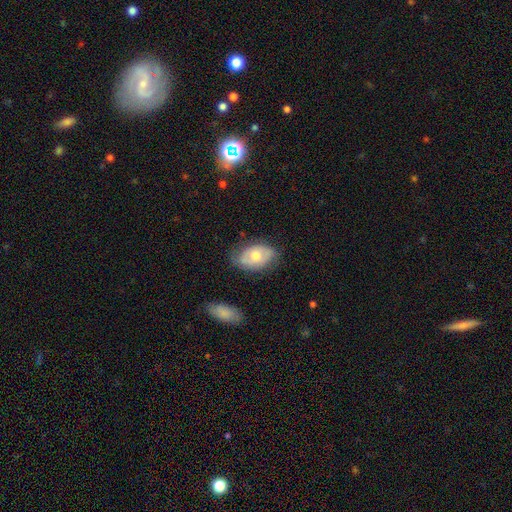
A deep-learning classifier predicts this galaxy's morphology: Overall: smooth (55%; featured or disk 38%). How rounded: in between (88%). Merging: none (70%).